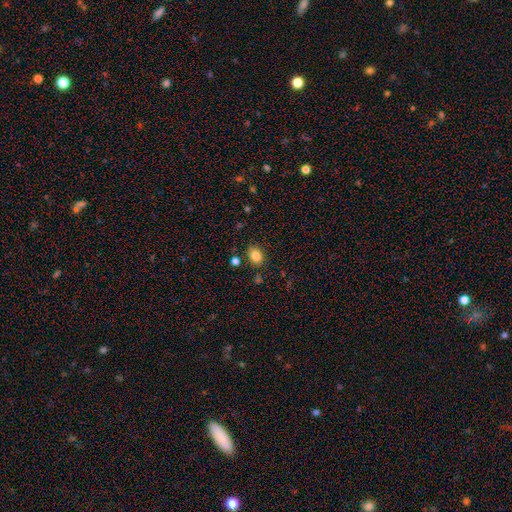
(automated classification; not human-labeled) A smooth galaxy with no disk features (84%) that is in between round and cigar-shaped (63%).

Vote fractions:
- Smooth or featured? smooth: 84% / star or artifact: 10% / featured or disk: 6%
- How rounded? in between: 63% / round: 36% / cigar-shaped: 1%
- Merging? none: 81% / minor disturbance: 12% / merger: 4% / major disturbance: 3%